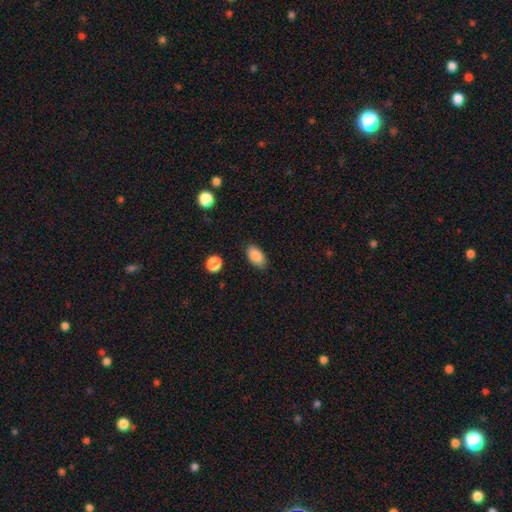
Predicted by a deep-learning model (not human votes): Smooth or featured? Predicted: smooth (p=0.86). How rounded? Predicted: in between (p=0.92). Merging? Predicted: none (p=0.85).